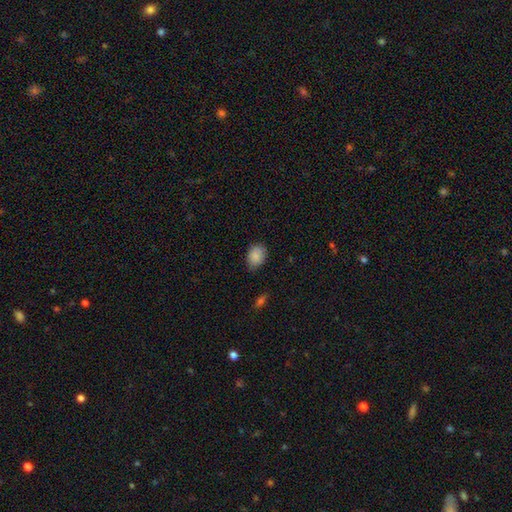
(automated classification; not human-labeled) This is clearly a smooth galaxy (87%). How rounded: likely in between (63%). Merging: likely none (78%).